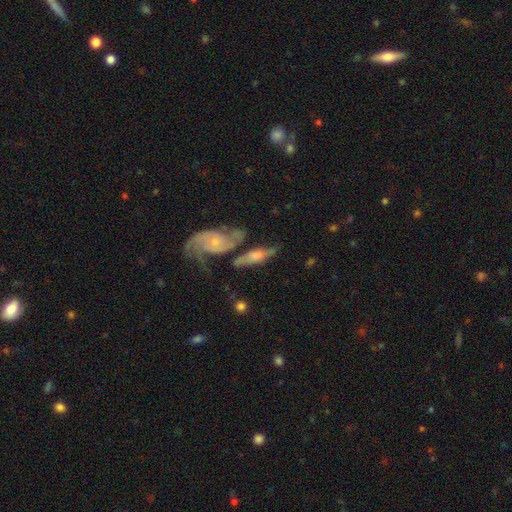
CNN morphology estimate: This appears to be a featured or disk galaxy (63%) with not edge-on (50%, tied with yes). Merging: none (41%).